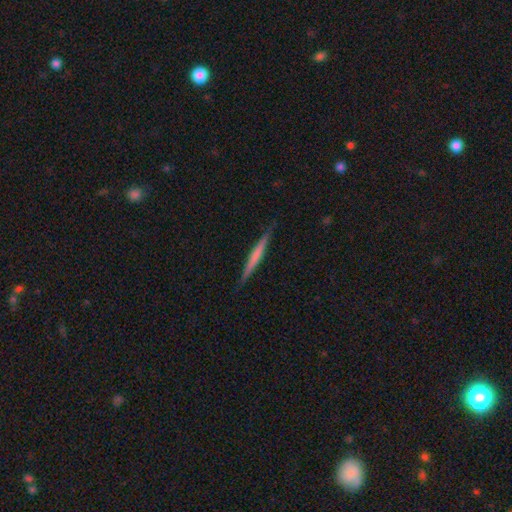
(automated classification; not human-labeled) smooth-or-featured: smooth: 48% | featured or disk: 47% | star or artifact: 5%
  merging: none: 89% | minor disturbance: 8% | major disturbance: 2% | merger: 1%